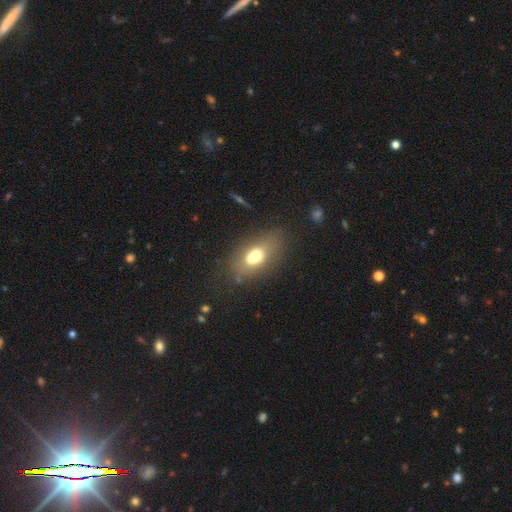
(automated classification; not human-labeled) This appears to be a smooth galaxy with no disk features (62%) that is in between round and cigar-shaped (79%). Merging: none (46%).